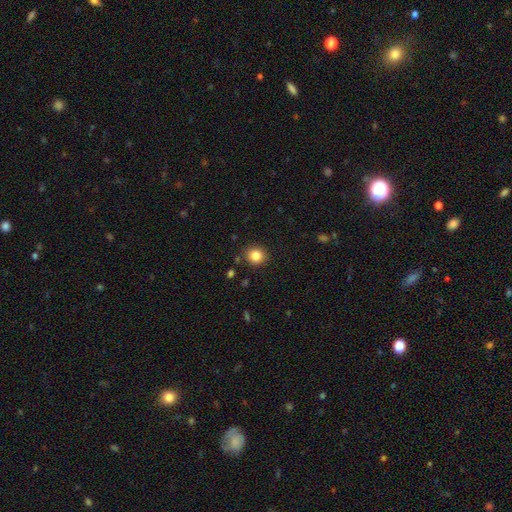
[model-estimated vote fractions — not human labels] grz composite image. It shows a smooth galaxy with no disk features (84%) that is round (84%). Merging: none (89%).